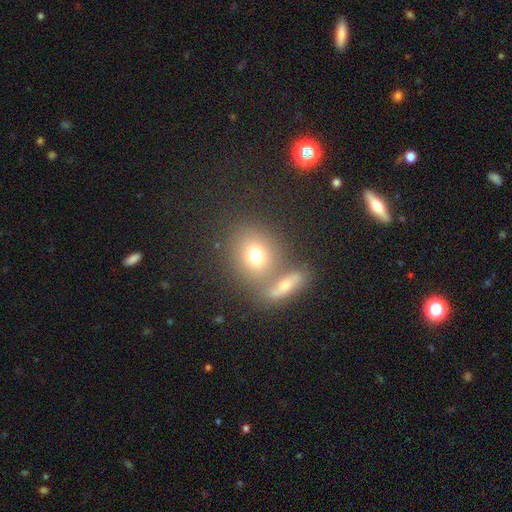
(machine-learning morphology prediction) Smooth or featured? smooth (72%)
How rounded? round (65%)
Merging? none (55%)